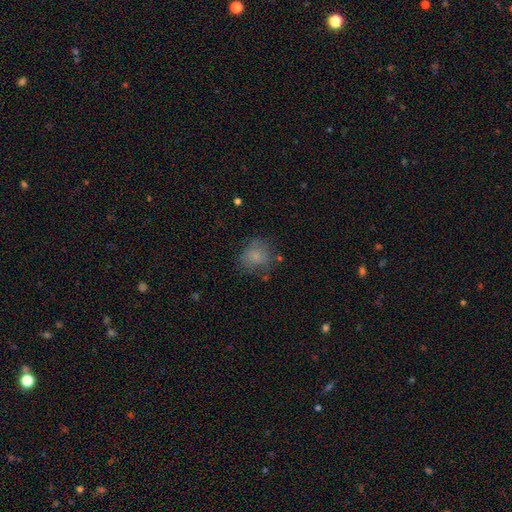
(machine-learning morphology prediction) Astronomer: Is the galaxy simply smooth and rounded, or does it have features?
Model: smooth — 76%.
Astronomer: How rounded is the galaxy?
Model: round — 72%.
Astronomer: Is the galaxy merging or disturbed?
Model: none — 63%.